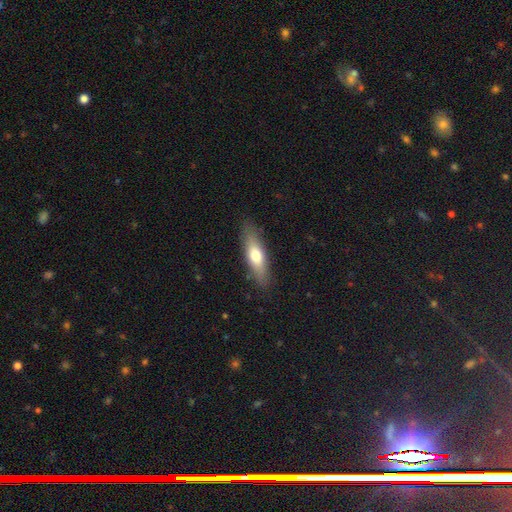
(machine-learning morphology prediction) smooth_or_featured: smooth (p=0.64) [alt: featured or disk p=0.30]
how_rounded: cigar-shaped (p=0.55) [alt: in between p=0.43]
merging: none (p=0.85) [alt: minor disturbance p=0.11]